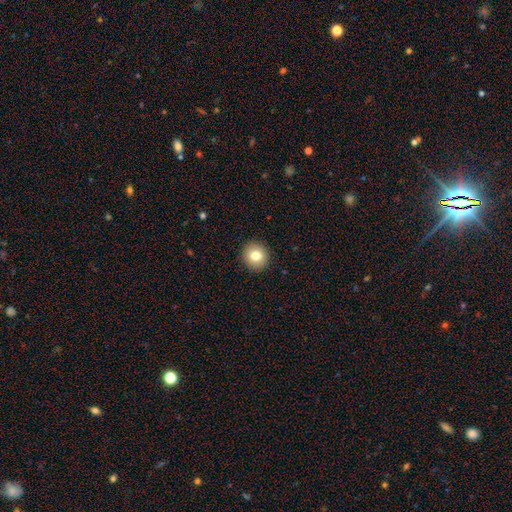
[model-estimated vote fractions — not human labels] This is likely a smooth galaxy (80%). How rounded: clearly round (90%). Merging: clearly none (92%).